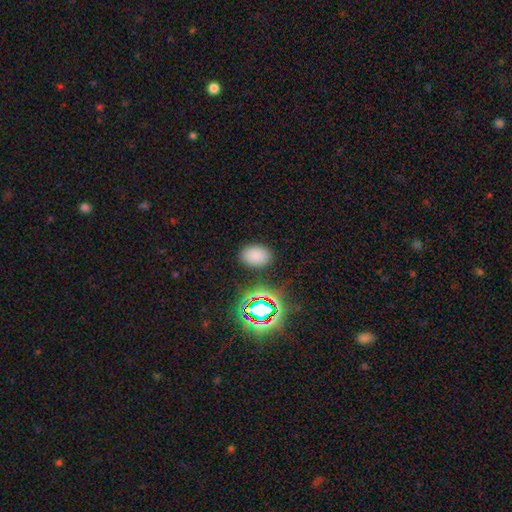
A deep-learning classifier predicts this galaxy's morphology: A smooth galaxy with no disk features (77%) that is in between round and cigar-shaped (83%). Merging: none (85%).